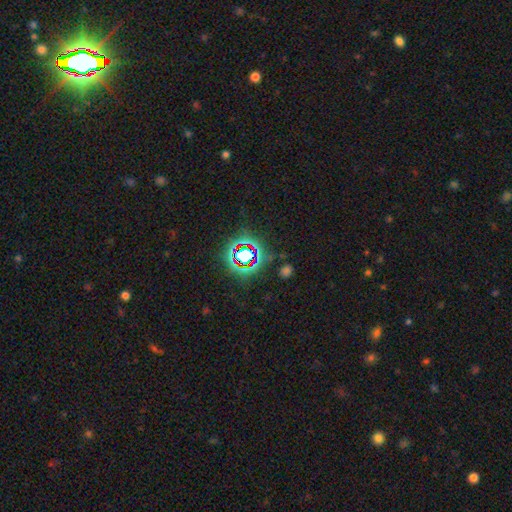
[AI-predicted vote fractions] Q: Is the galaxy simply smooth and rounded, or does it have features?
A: star or artifact — 79%.